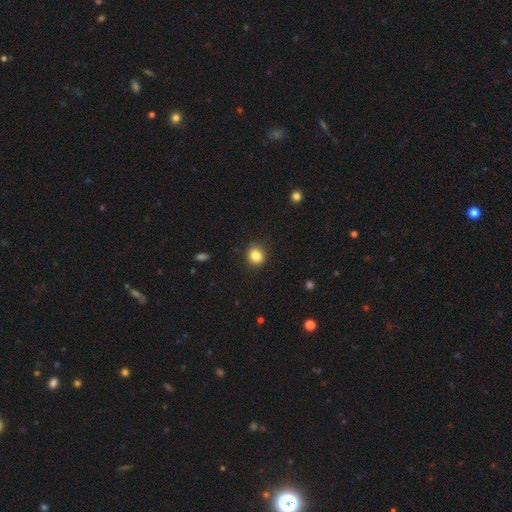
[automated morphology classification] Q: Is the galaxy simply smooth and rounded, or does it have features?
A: smooth — 85%.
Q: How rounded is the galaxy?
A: round — 81%.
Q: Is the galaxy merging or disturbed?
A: none — 85%.